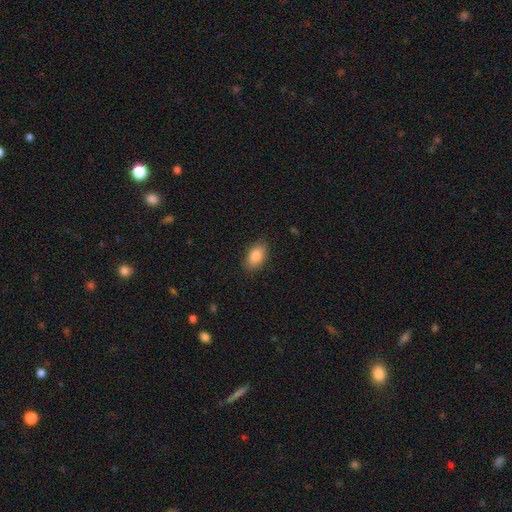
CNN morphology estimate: Q: Smooth or featured?
A: smooth (86%); runner-up: star or artifact (7%)
Q: How rounded?
A: in between (91%); runner-up: round (6%)
Q: Merging?
A: none (87%); runner-up: minor disturbance (10%)